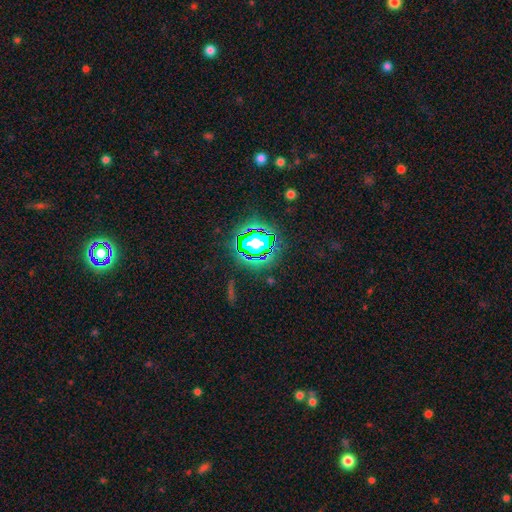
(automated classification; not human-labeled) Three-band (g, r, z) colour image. It shows a star or artifact, not a galaxy (61%).